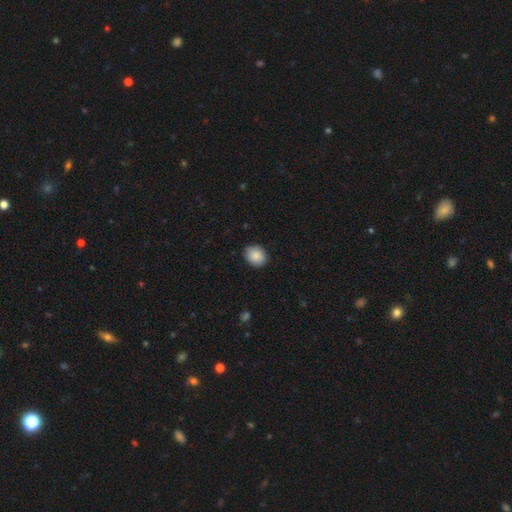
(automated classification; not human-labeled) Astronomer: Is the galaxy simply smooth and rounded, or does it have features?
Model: smooth — 89%.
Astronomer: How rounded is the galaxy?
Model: round — 70%.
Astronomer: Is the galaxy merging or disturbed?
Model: none — 88%.